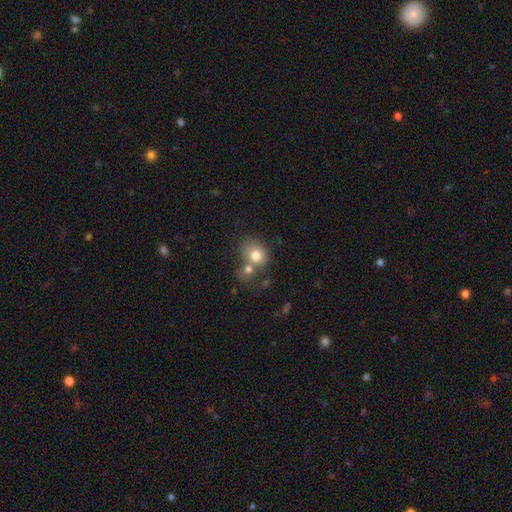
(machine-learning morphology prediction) Smooth or featured? smooth (77%)
How rounded? round (65%)
Merging? merger (44%)